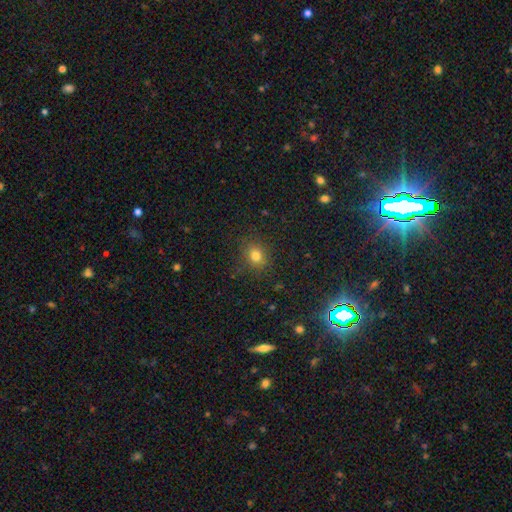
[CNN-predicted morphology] smooth 77%, star or artifact 16%, featured or disk 7%. Down the decision tree: how rounded — round (66%); merging — none (84%).